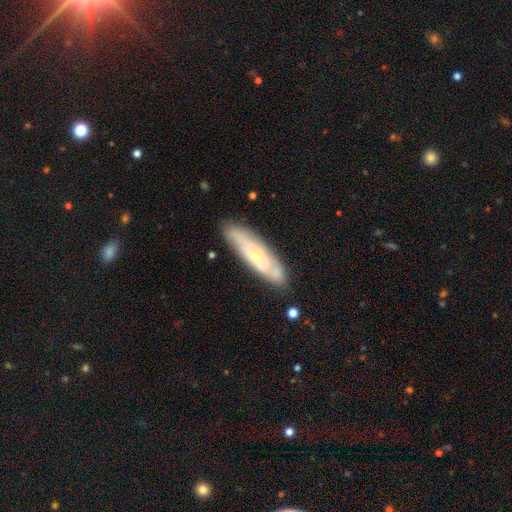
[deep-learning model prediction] A featured or disk galaxy (52%). Merging: none (78%).